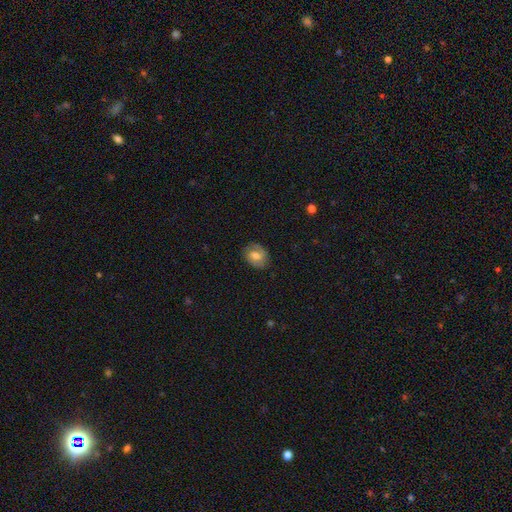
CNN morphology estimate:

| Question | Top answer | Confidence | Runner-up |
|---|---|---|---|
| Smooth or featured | smooth | 50% | featured or disk (42%) |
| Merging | none | 78% | minor disturbance (16%) |